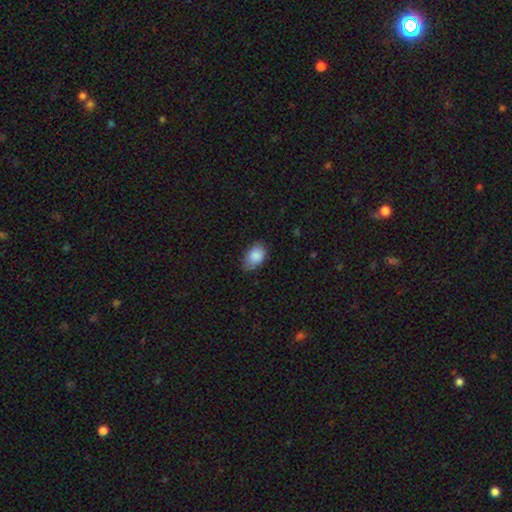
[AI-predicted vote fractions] Smooth or featured: smooth — 88% (star or artifact — 7%)
How rounded: in between — 89% (round — 10%)
Merging: none — 73% (minor disturbance — 22%)